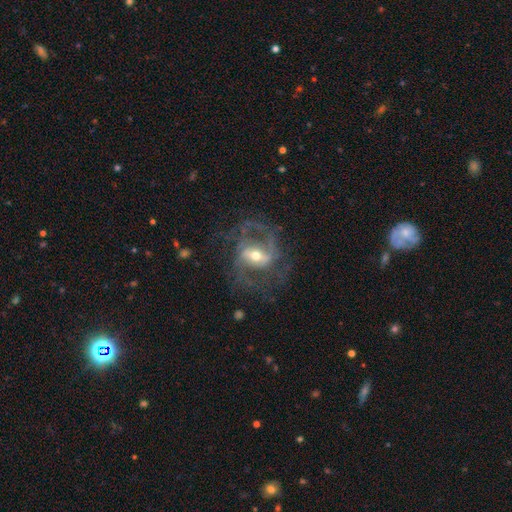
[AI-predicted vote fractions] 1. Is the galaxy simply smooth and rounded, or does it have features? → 84% featured or disk, 9% smooth, 7% star or artifact.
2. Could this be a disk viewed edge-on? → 96% no, 4% yes.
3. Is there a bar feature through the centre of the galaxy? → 45% strong, 38% weak, 16% no.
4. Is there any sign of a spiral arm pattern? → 89% yes, 11% no.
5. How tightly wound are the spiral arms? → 49% medium, 36% loose, 16% tight.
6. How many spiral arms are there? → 69% 2, 12% can't tell, 9% 3, 4% 1, 3% 4, 2% more than 4.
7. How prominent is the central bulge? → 60% moderate, 32% small, 6% large, 1% dominant, 1% none.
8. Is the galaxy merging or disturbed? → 60% none, 21% major disturbance, 17% minor disturbance, 2% merger.